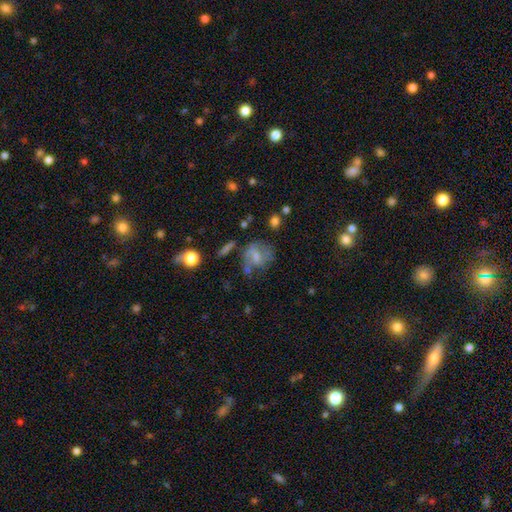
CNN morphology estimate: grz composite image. It shows a smooth galaxy with no disk features (51%) that is round (59%). Merging: none (45%).